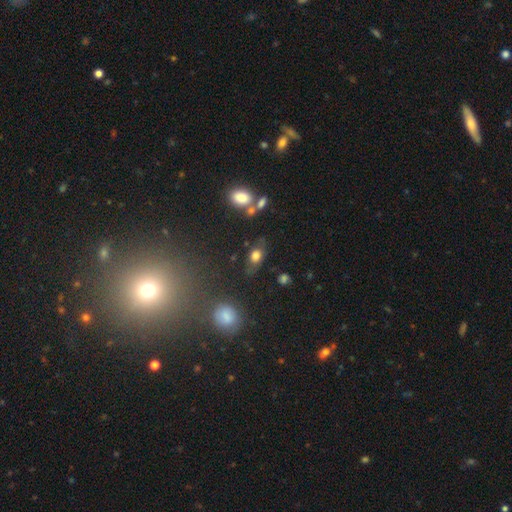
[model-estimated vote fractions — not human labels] Smooth or featured? Predicted: smooth (p=0.73). How rounded? Predicted: in between (p=0.72). Merging? Predicted: none (p=0.65).